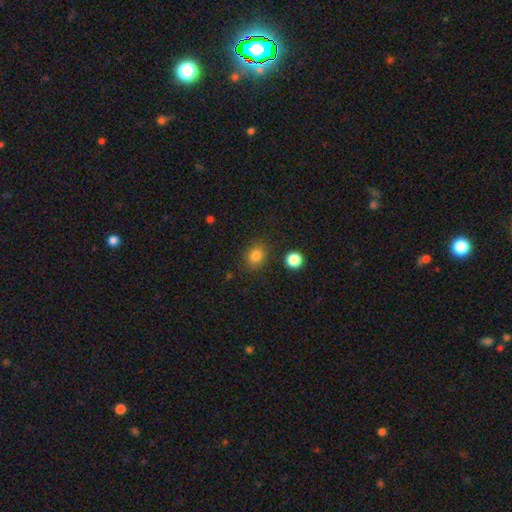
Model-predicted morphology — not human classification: smooth-or-featured: smooth: 83% | star or artifact: 11% | featured or disk: 5%
  how-rounded: round: 63% | in between: 36% | cigar-shaped: 1%
  merging: none: 82% | minor disturbance: 11% | major disturbance: 4% | merger: 3%